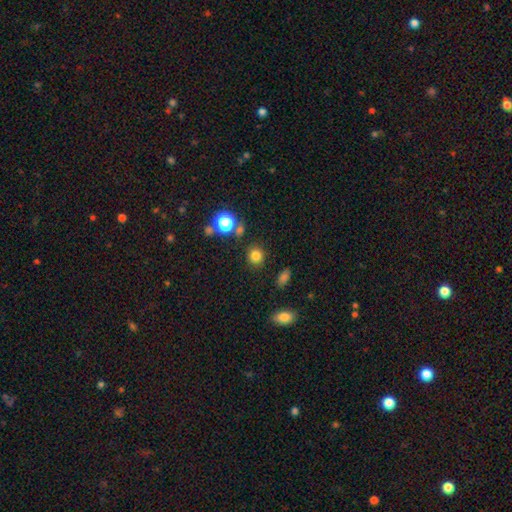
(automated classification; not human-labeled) Morphology: type=smooth (80%); roundness=round (85%); merging=none (86%).